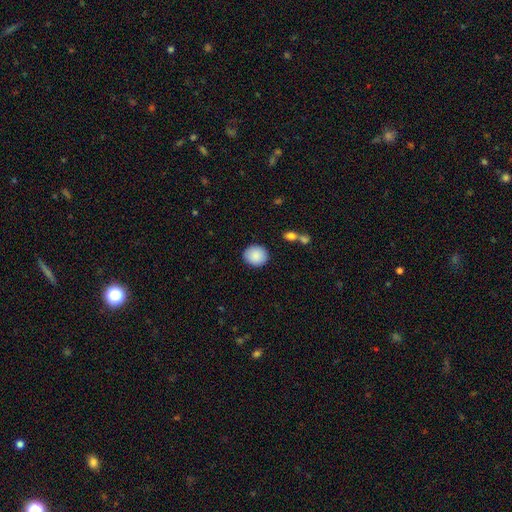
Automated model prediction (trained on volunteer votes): This appears to be a smooth galaxy with no disk features (90%) that is round (86%). Merging: none (89%).